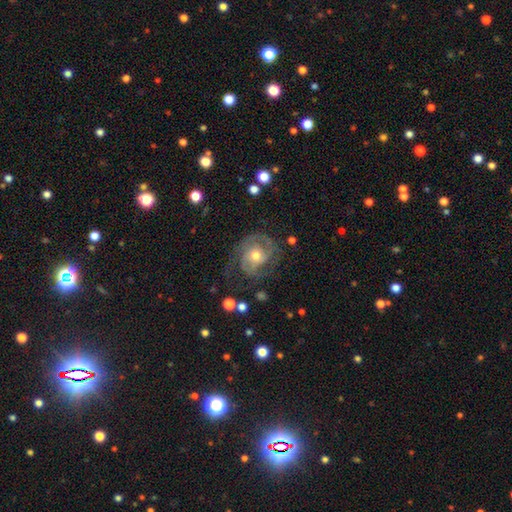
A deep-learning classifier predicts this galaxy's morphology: featured or disk 79%, smooth 15%, star or artifact 6%. Down the decision tree: edge-on disk — no (97%); bar — no (72%); spiral arms — yes (89%); spiral arm count — 2 (41%); spiral winding — tight (49%); bulge size — moderate (69%); merging — none (57%).